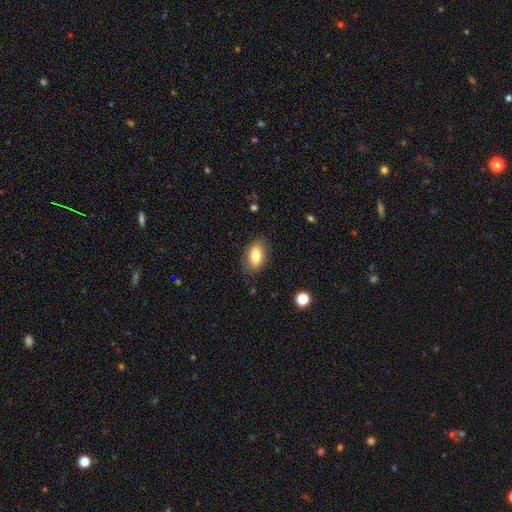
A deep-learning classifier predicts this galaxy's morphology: Smooth or featured: smooth — 78% (featured or disk — 14%)
How rounded: in between — 88% (round — 9%)
Merging: none — 83% (minor disturbance — 12%)